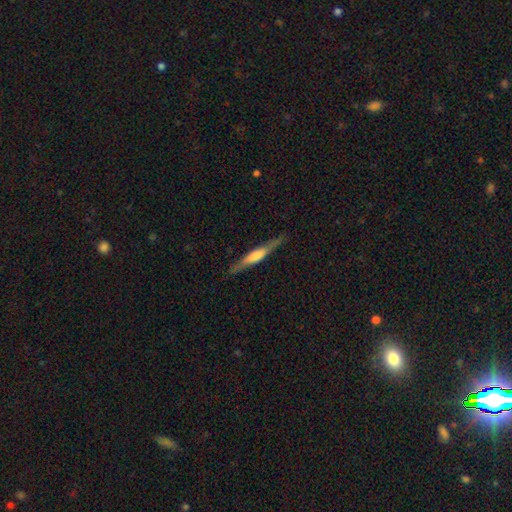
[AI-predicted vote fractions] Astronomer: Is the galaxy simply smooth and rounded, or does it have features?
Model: featured or disk — 61%.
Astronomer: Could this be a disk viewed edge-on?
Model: yes — 95%.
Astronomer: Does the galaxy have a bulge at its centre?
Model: rounded — 48% (runner-up: boxy, 35%).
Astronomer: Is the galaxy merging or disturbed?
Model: none — 86%.